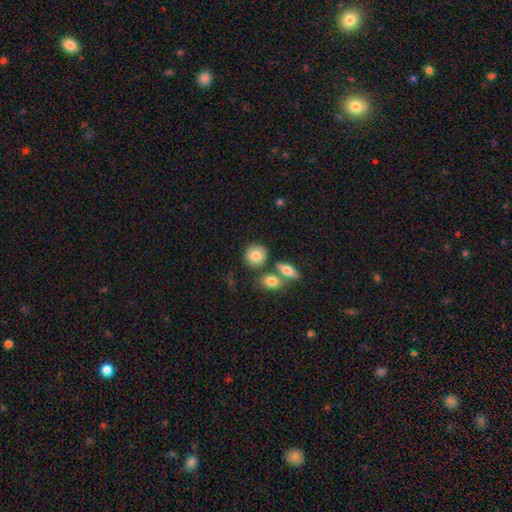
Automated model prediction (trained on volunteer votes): smooth_or_featured: smooth (p=0.81) [alt: featured or disk p=0.11]
how_rounded: round (p=0.79) [alt: in between p=0.20]
merging: none (p=0.69) [alt: merger p=0.18]